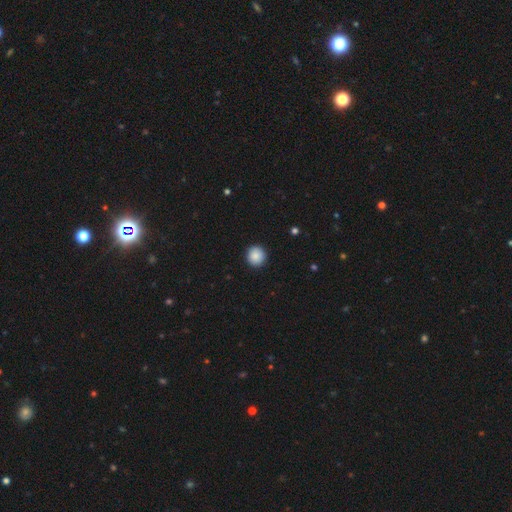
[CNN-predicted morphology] smooth-or-featured: smooth: 88% | star or artifact: 8% | featured or disk: 4%
  how-rounded: round: 94% | in between: 5% | cigar-shaped: 1%
  merging: none: 92% | minor disturbance: 5% | major disturbance: 2% | merger: 1%